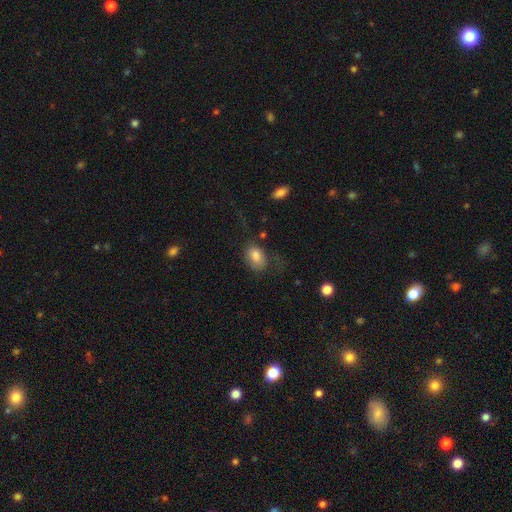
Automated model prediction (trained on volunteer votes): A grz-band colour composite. It shows a smooth galaxy with no disk features (77%) that is in between round and cigar-shaped (76%). Merging: none (44%).